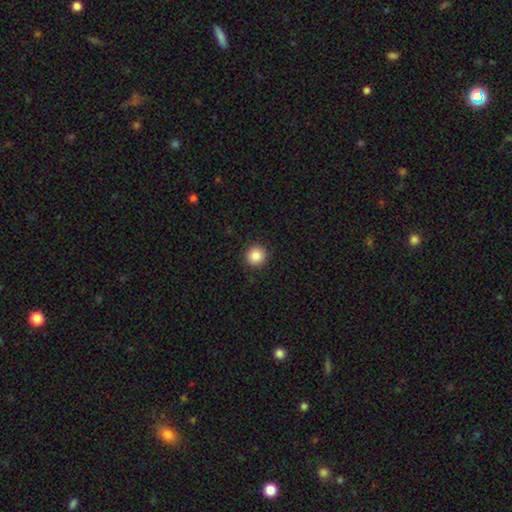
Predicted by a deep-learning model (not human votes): A smooth galaxy with no disk features (86%) that is round (94%).

Vote fractions:
- Smooth or featured? smooth: 86% / star or artifact: 9% / featured or disk: 4%
- How rounded? round: 94% / in between: 5% / cigar-shaped: 1%
- Merging? none: 92% / minor disturbance: 5% / major disturbance: 2% / merger: 1%